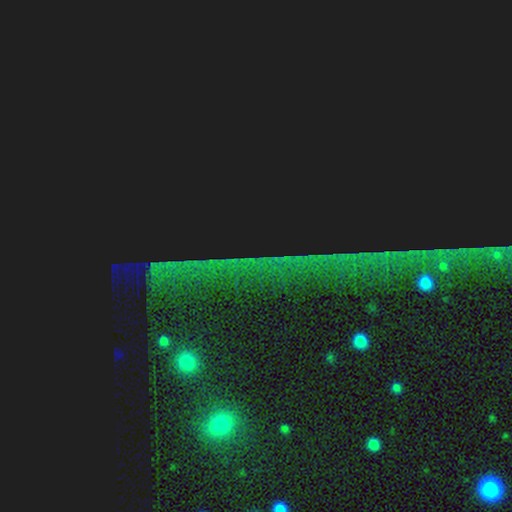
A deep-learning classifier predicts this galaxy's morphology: This is clearly a star or artifact rather than a galaxy (83%).